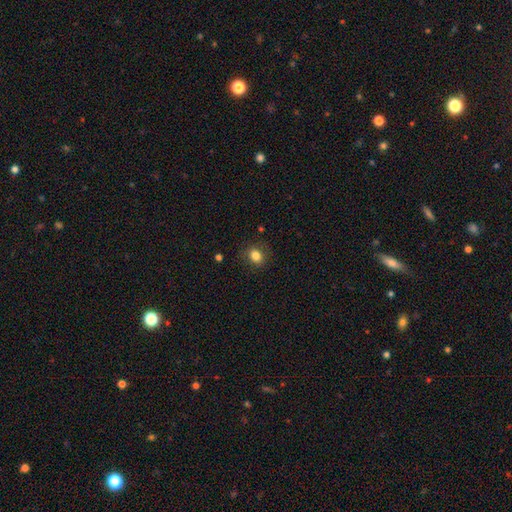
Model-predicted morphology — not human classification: Q: Smooth or featured?
A: smooth (83%); runner-up: star or artifact (11%)
Q: How rounded?
A: round (61%); runner-up: in between (38%)
Q: Merging?
A: none (83%); runner-up: minor disturbance (12%)